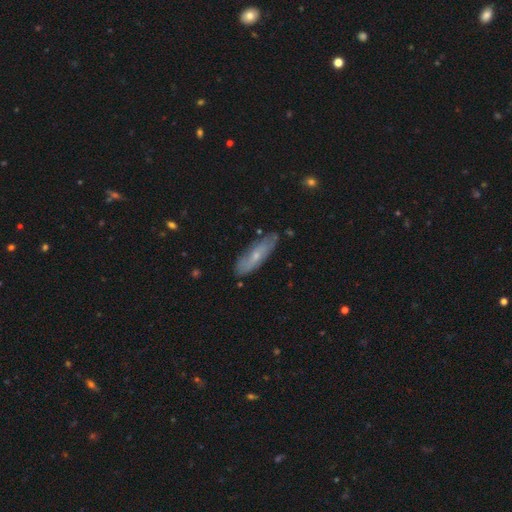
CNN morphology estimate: Smooth or featured?
  - smooth: 47% *
  - featured or disk: 46%
  - star or artifact: 7%
Merging?
  - none: 77% *
  - minor disturbance: 18%
  - major disturbance: 3%
  - merger: 2%